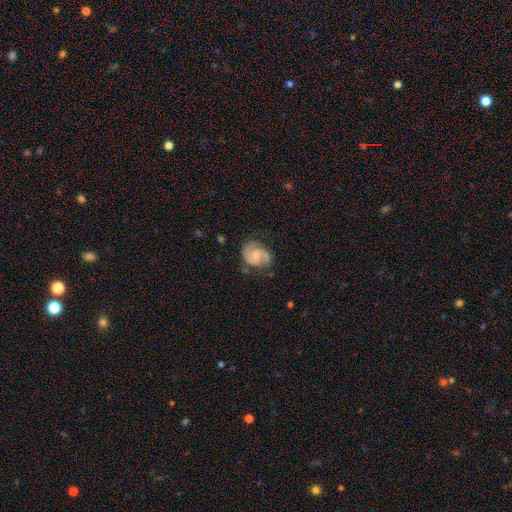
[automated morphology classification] A featured or disk galaxy (82%) with no bar (61%), 2 (83%) medium (51%) spiral arms (96%) and a small central bulge (53%). Merging: none (67%).